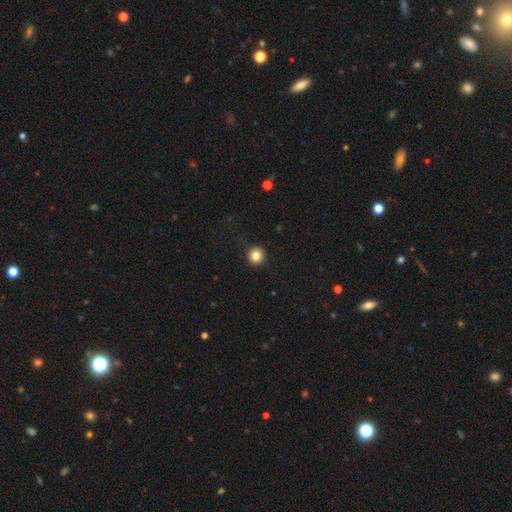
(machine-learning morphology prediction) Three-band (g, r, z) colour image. It shows a smooth galaxy with no disk features (83%) that is round (93%). Merging: none (92%).